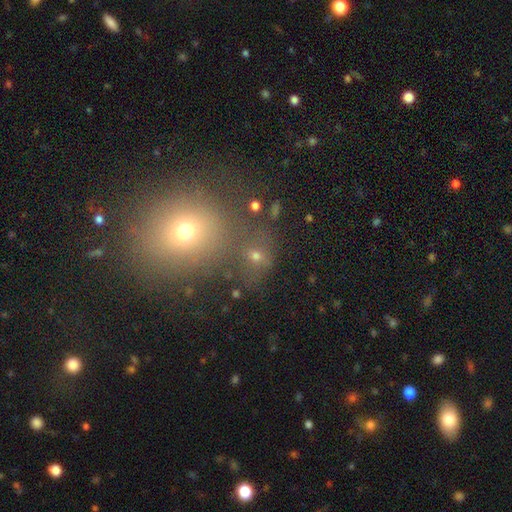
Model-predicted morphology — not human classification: Q: Smooth or featured?
A: smooth (56%); runner-up: star or artifact (32%)
Q: How rounded?
A: round (72%); runner-up: in between (26%)
Q: Merging?
A: none (60%); runner-up: merger (21%)